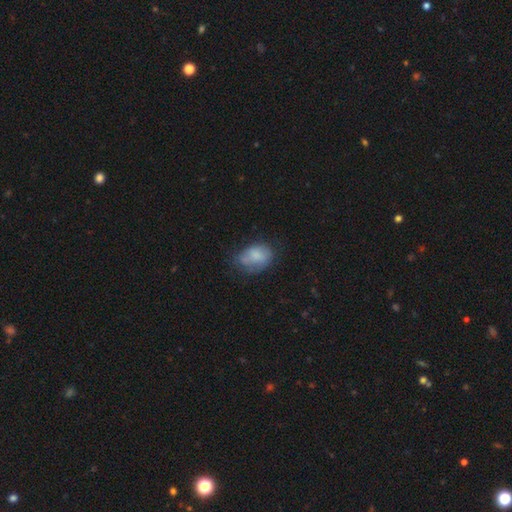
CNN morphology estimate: smooth_or_featured: smooth (p=0.70) [alt: featured or disk p=0.21]
how_rounded: in between (p=0.76) [alt: round p=0.23]
merging: none (p=0.44) [alt: minor disturbance p=0.34]